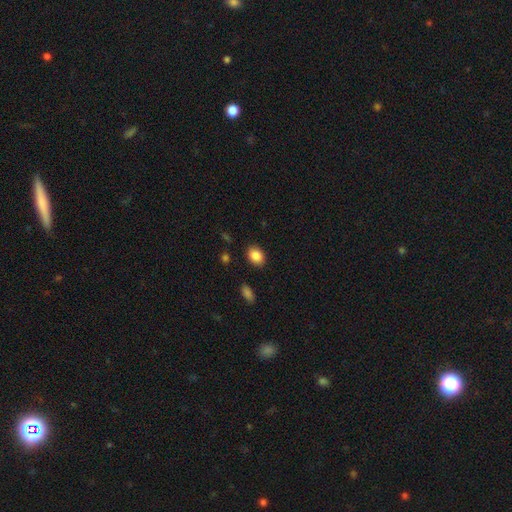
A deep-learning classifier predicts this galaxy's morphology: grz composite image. It shows a smooth galaxy with no disk features (87%) that is in between round and cigar-shaped (68%). Merging: none (88%).